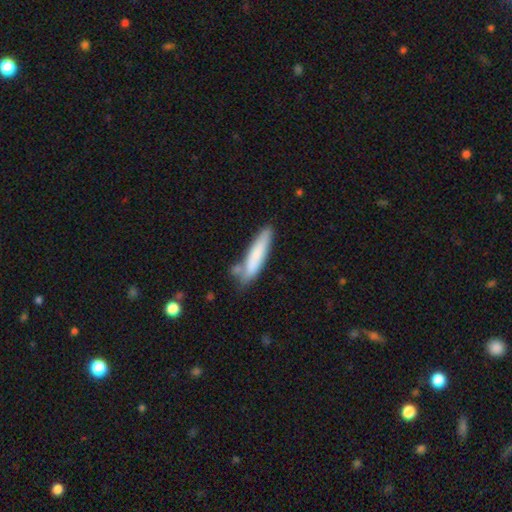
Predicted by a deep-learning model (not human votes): The model was most divided on "merging": none: 67%, minor disturbance: 19%, merger: 10%, major disturbance: 4%. More confident: how rounded — cigar-shaped (83%); smooth or featured — smooth (76%).